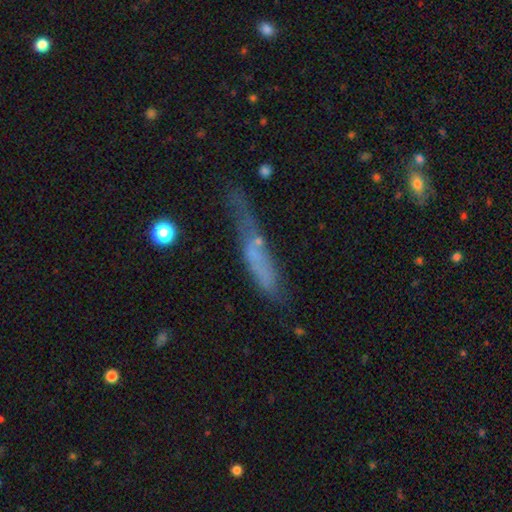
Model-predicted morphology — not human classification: smooth_or_featured: smooth (p=0.52) [alt: featured or disk p=0.37]
how_rounded: cigar-shaped (p=0.79) [alt: in between p=0.18]
merging: none (p=0.40) [alt: minor disturbance p=0.27]